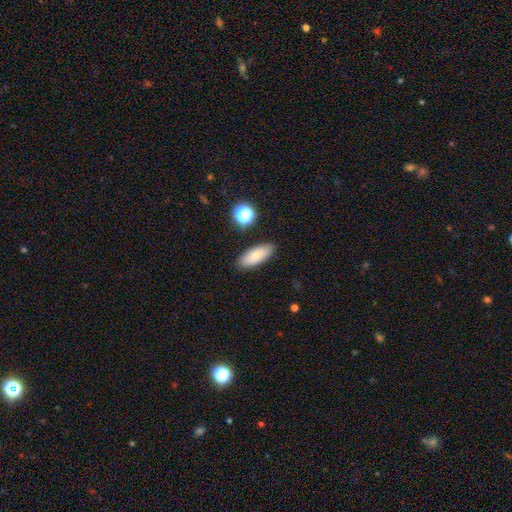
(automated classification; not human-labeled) This appears to be a smooth galaxy with no disk features (73%) that is in between round and cigar-shaped (77%). Merging: none (87%).